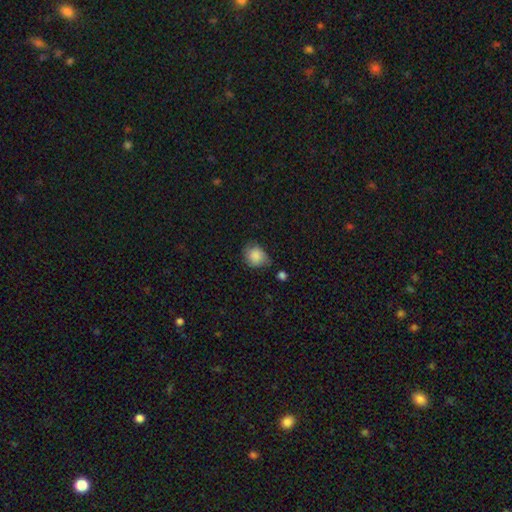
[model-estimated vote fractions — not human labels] This appears to be a smooth galaxy with no disk features (80%) that is round (60%). Merging: none (49%).